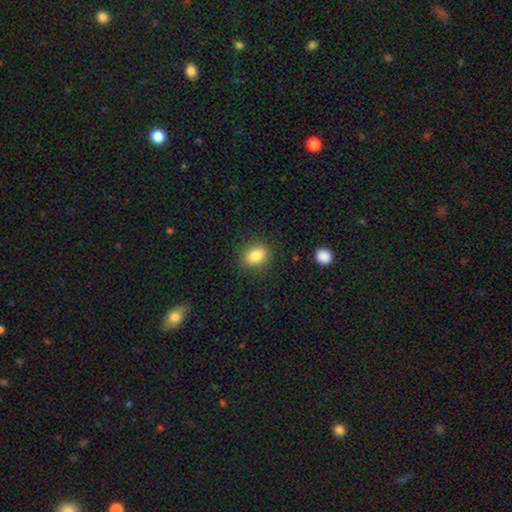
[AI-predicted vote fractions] Overall: smooth (85%). How rounded: in between (55%; round 44%). Merging: none (86%).